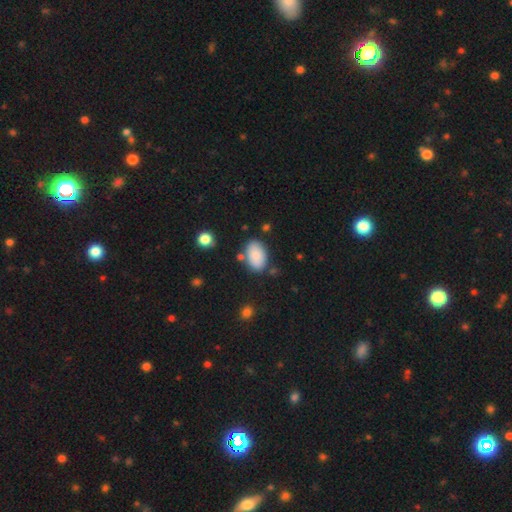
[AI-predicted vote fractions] Smooth or featured? Predicted: smooth (p=0.86). How rounded? Predicted: in between (p=0.91). Merging? Predicted: none (p=0.75).